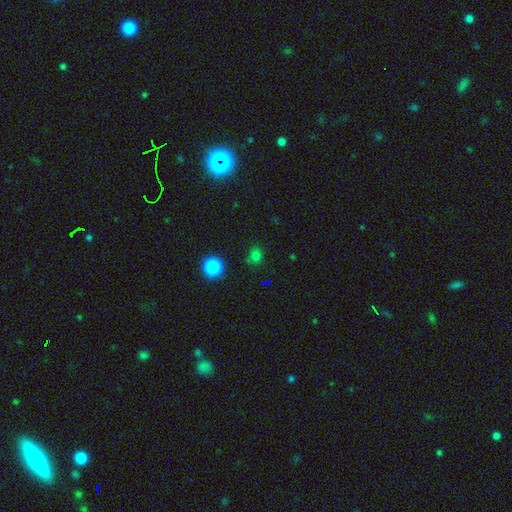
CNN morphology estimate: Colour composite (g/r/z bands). It shows a smooth galaxy with no disk features (68%) that is round (79%). Merging: none (81%).